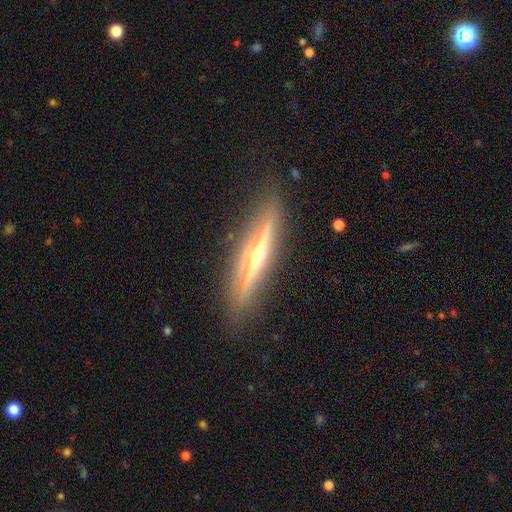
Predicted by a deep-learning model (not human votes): Smooth or featured? featured or disk (79%)
Edge-on disk? yes (95%)
Edge-on bulge? rounded (91%)
Merging? none (85%)